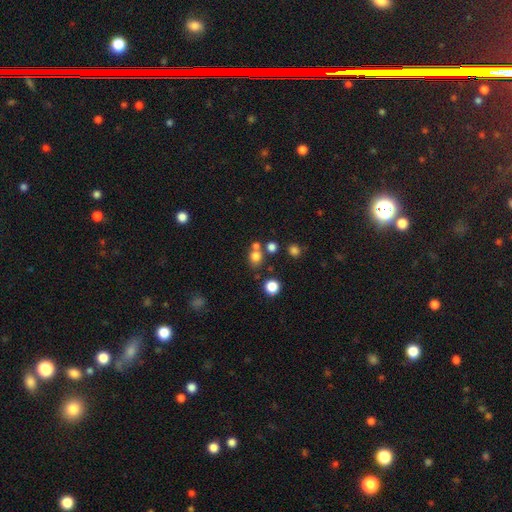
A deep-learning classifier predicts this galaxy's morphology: Smooth or featured: smooth — 75% (star or artifact — 17%)
How rounded: round — 78% (in between — 21%)
Merging: none — 59% (merger — 29%)